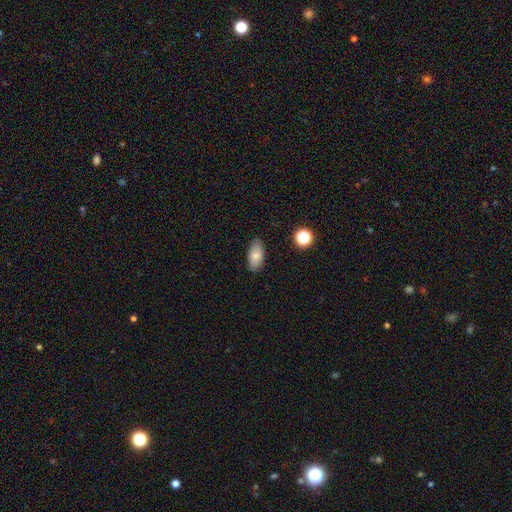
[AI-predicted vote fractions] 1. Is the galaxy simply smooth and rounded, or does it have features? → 78% smooth, 14% featured or disk, 8% star or artifact.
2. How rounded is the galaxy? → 91% in between, 5% cigar-shaped, 4% round.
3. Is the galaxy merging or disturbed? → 83% none, 13% minor disturbance, 2% major disturbance, 1% merger.